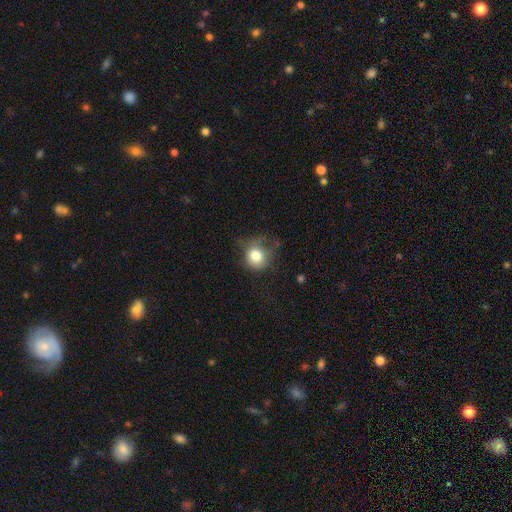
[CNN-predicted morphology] Smooth or featured? smooth (78%)
How rounded? round (84%)
Merging? none (51%)